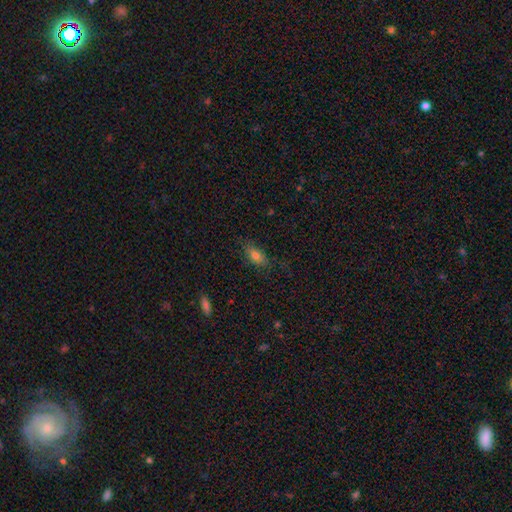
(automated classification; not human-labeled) smooth-or-featured: smooth: 75% | featured or disk: 14% | star or artifact: 11%
  how-rounded: in between: 79% | cigar-shaped: 15% | round: 5%
  merging: none: 78% | minor disturbance: 17% | major disturbance: 4% | merger: 1%